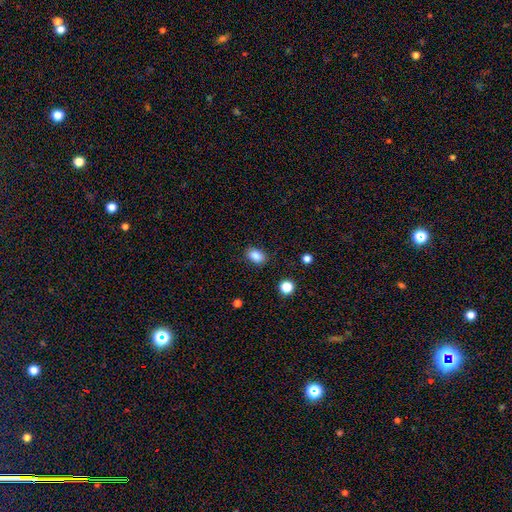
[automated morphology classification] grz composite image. It shows a smooth galaxy with no disk features (85%) that is in between round and cigar-shaped (76%). Merging: none (85%).